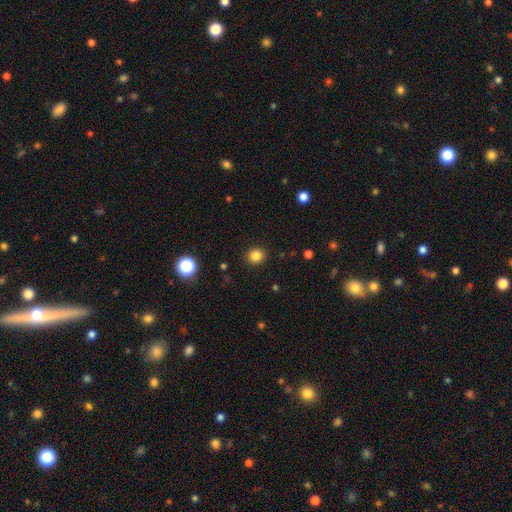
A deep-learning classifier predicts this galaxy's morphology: Smooth or featured? smooth (84%)
How rounded? round (83%)
Merging? none (91%)